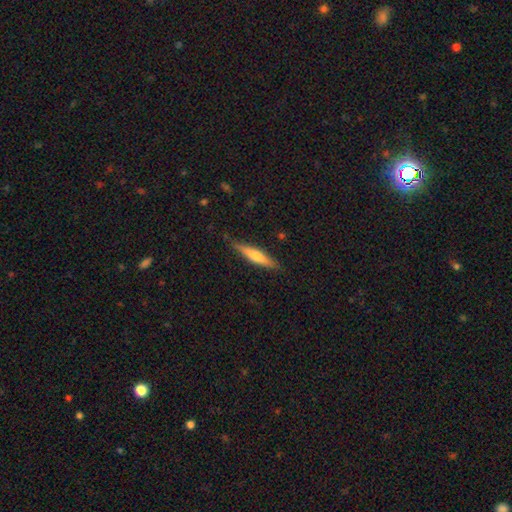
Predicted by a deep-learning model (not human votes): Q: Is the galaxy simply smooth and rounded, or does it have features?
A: smooth — 52%.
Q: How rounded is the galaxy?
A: cigar-shaped — 87%.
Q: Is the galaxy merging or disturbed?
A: none — 83%.